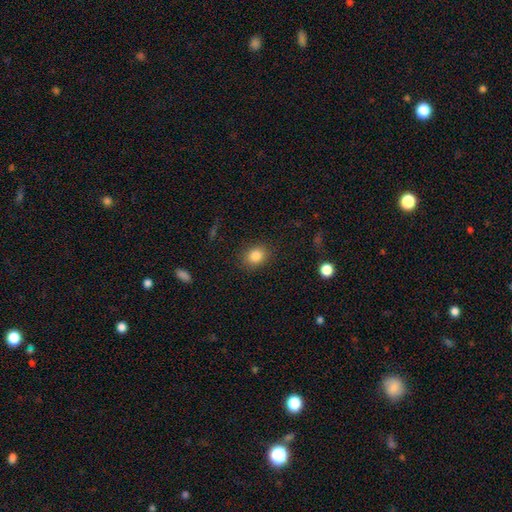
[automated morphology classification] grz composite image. It shows a smooth galaxy with no disk features (84%) that is round (56%). Merging: none (86%).